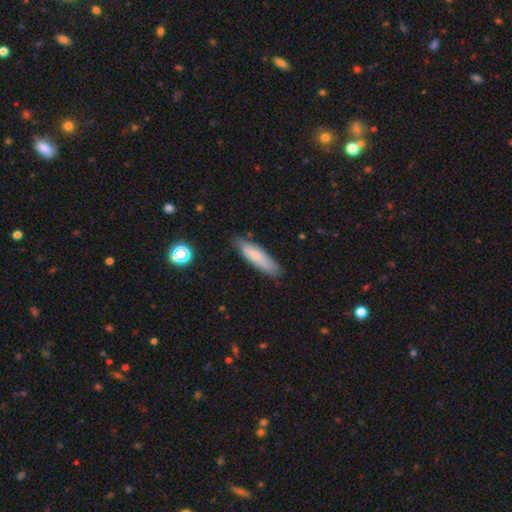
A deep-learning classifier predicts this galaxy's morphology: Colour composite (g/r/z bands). It shows a smooth galaxy with no disk features (75%) that is cigar-shaped (70%). Merging: none (82%).